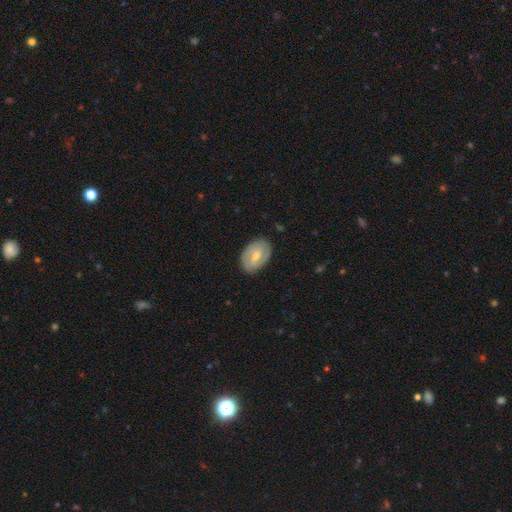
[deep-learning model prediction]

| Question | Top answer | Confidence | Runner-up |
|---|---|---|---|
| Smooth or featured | featured or disk | 63% | smooth (31%) |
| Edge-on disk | no | 95% | yes (5%) |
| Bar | weak | 53% | strong (25%) |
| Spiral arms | yes | 77% | no (23%) |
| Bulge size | moderate | 49% | small (45%) |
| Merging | none | 84% | minor disturbance (12%) |